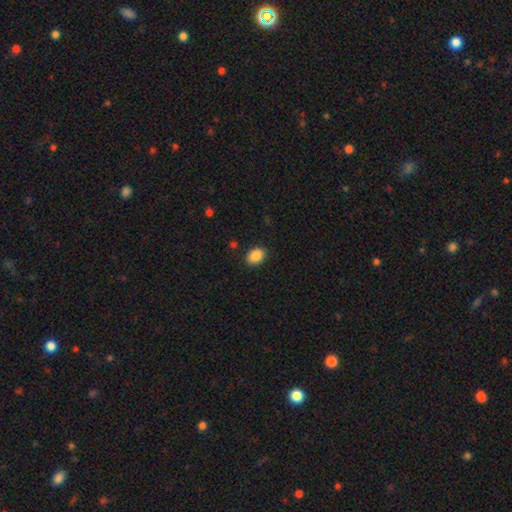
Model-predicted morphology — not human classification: Smooth or featured: smooth — 88% (star or artifact — 8%)
How rounded: in between — 74% (round — 25%)
Merging: none — 87% (minor disturbance — 9%)